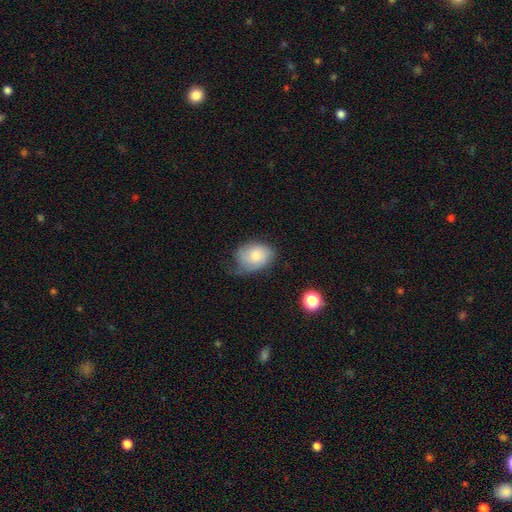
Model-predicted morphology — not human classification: A smooth galaxy with no disk features (71%) that is in between round and cigar-shaped (70%).

Vote fractions:
- Smooth or featured? smooth: 71% / featured or disk: 22% / star or artifact: 7%
- How rounded? in between: 70% / round: 29% / cigar-shaped: 1%
- Merging? none: 42% / minor disturbance: 40% / major disturbance: 16% / merger: 2%